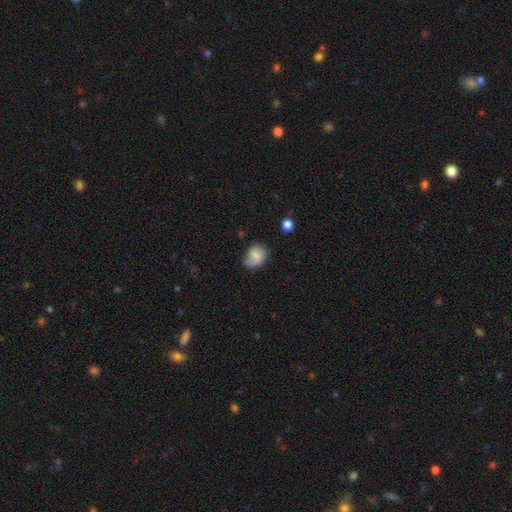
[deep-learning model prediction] The model was most divided on "merging": none: 50%, minor disturbance: 34%, major disturbance: 13%, merger: 3%. More confident: smooth or featured — smooth (73%); how rounded — in between (58%).